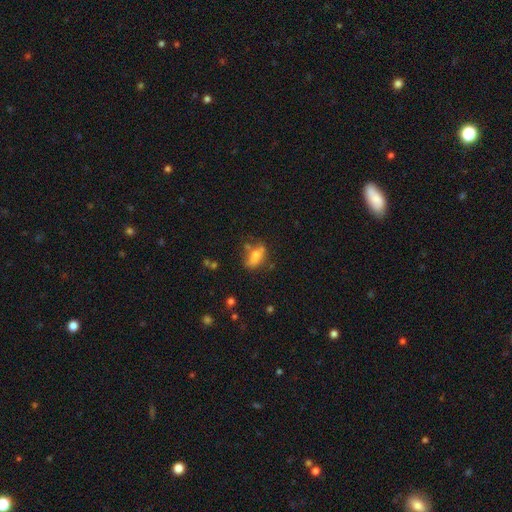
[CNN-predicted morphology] Overall: smooth (62%; featured or disk 26%). How rounded: in between (80%). Merging: none (44%; minor disturbance 26%).